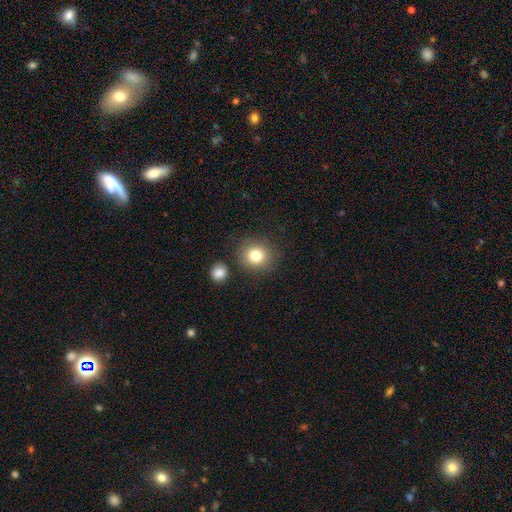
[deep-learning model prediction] Smooth or featured?
  - smooth: 80% *
  - star or artifact: 11%
  - featured or disk: 9%
How rounded?
  - round: 86% *
  - in between: 13%
  - cigar-shaped: 1%
Merging?
  - none: 81% *
  - minor disturbance: 9%
  - merger: 6%
  - major disturbance: 3%